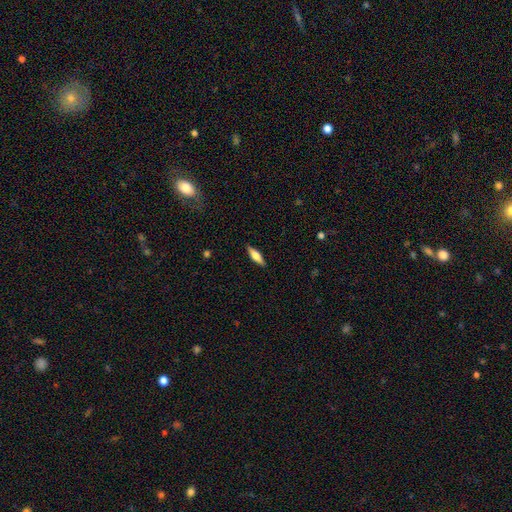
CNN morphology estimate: Smooth or featured?
  - smooth: 58% *
  - featured or disk: 35%
  - star or artifact: 6%
How rounded?
  - cigar-shaped: 57% *
  - in between: 41%
  - round: 2%
Merging?
  - none: 88% *
  - minor disturbance: 9%
  - major disturbance: 2%
  - merger: 1%